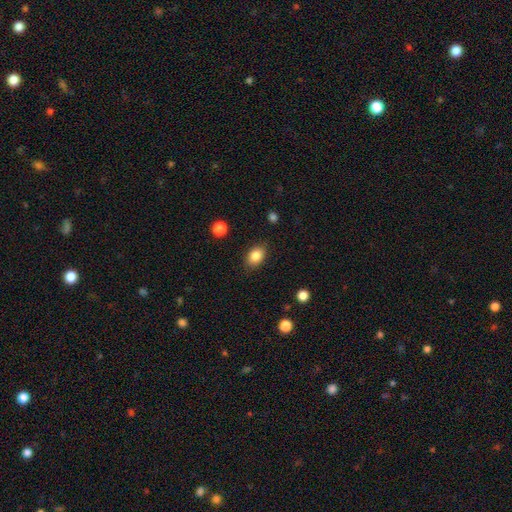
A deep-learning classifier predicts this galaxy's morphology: Smooth or featured? smooth (85%)
How rounded? in between (73%)
Merging? none (85%)